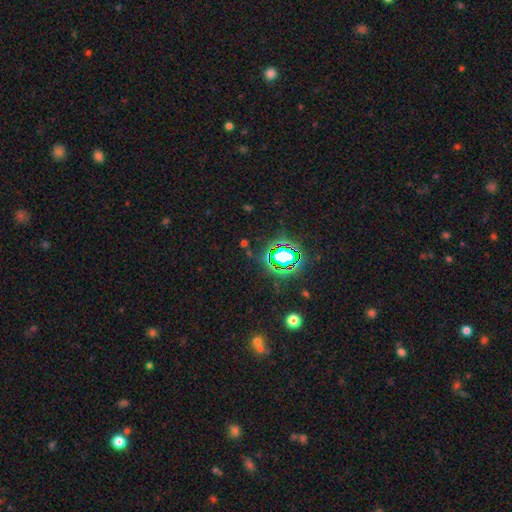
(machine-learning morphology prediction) This appears to be a star or artifact, not a galaxy (79%).